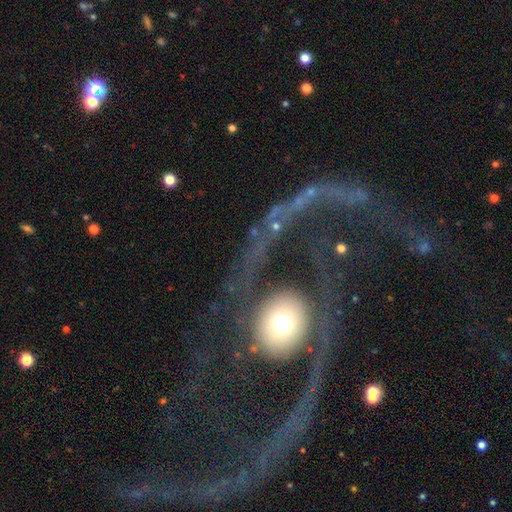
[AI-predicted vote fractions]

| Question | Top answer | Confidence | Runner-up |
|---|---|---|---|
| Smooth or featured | featured or disk | 75% | smooth (16%) |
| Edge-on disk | no | 93% | yes (7%) |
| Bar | no | 74% | weak (14%) |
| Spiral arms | yes | 67% | no (33%) |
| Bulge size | moderate | 46% | small (24%) |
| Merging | none | 49% | major disturbance (35%) |